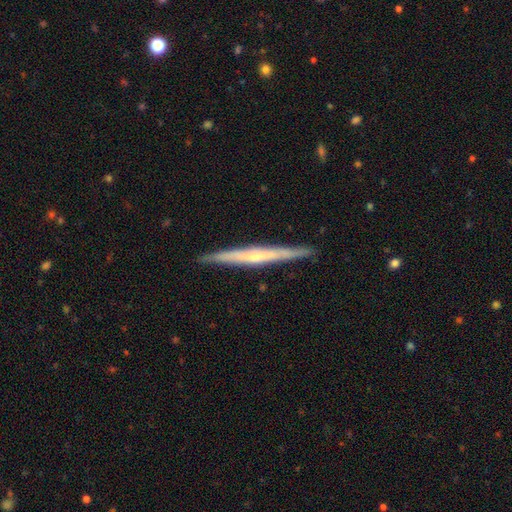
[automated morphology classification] Q: Smooth or featured?
A: featured or disk (69%); runner-up: smooth (26%)
Q: Edge-on disk?
A: yes (97%); runner-up: no (3%)
Q: Edge-on bulge?
A: rounded (48%); runner-up: none (45%)
Q: Merging?
A: none (91%); runner-up: minor disturbance (7%)